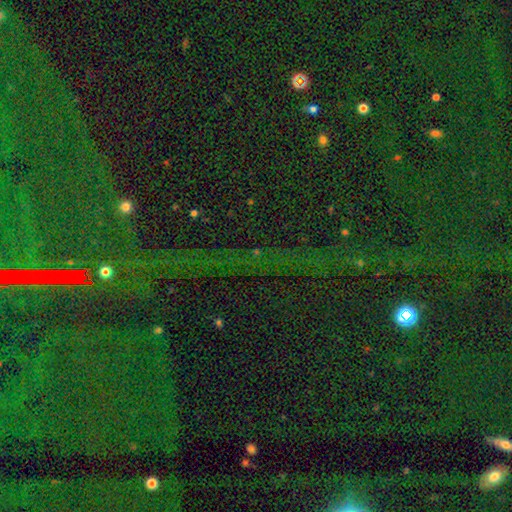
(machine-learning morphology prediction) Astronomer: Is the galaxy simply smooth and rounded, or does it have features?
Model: star or artifact — 84%.